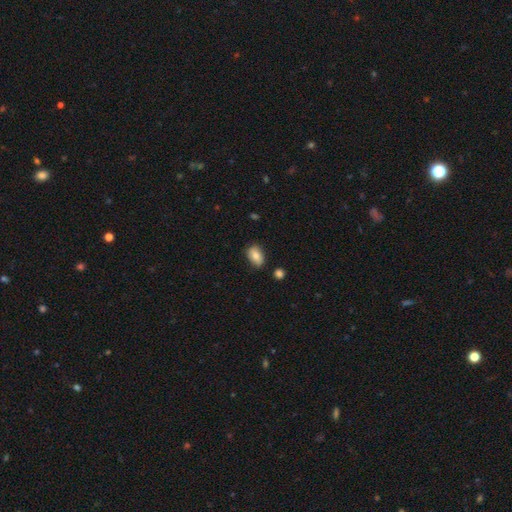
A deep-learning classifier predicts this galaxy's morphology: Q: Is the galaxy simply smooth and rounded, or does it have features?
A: smooth — 82%.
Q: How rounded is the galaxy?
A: in between — 89%.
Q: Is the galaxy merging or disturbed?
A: none — 81%.